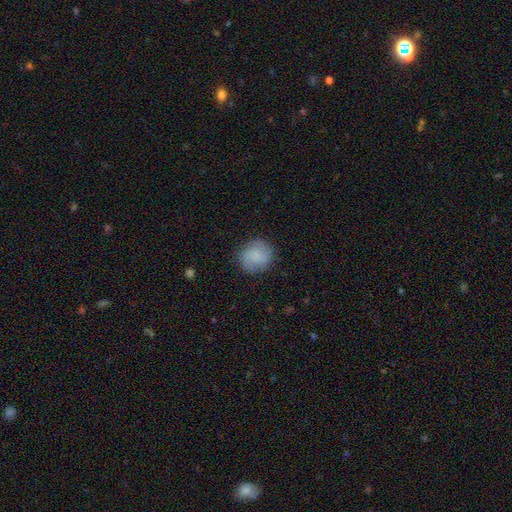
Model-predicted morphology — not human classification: smooth 70%, featured or disk 23%, star or artifact 8%. Down the decision tree: how rounded — round (84%); merging — none (83%).